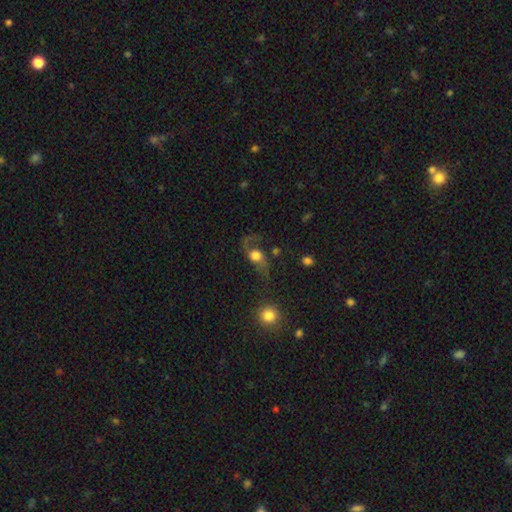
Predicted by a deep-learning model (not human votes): Smooth or featured: featured or disk — 54% (smooth — 35%)
Edge-on disk: no — 90% (yes — 10%)
Merging: none — 43% (major disturbance — 33%)